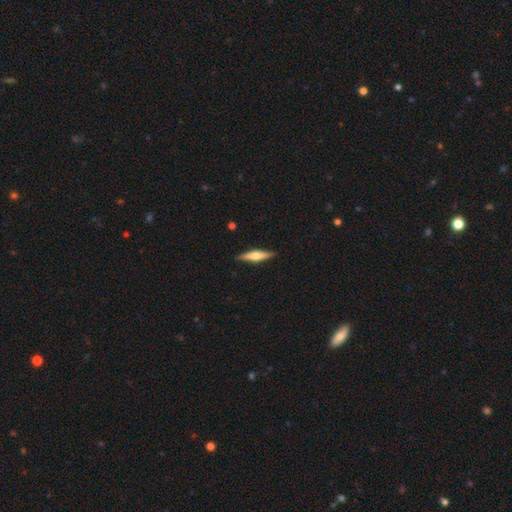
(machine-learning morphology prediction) Smooth or featured? Predicted: featured or disk (p=0.54). Edge-on disk? Predicted: yes (p=0.95). Edge-on bulge? Predicted: rounded (p=0.87). Merging? Predicted: none (p=0.90).